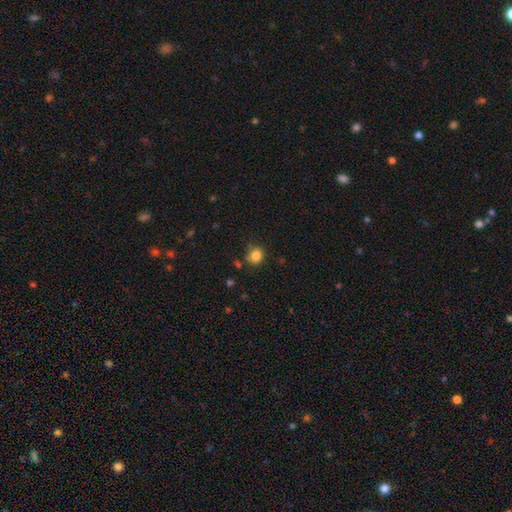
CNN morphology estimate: This appears to be a smooth galaxy with no disk features (84%) that is round (81%). Merging: none (74%).